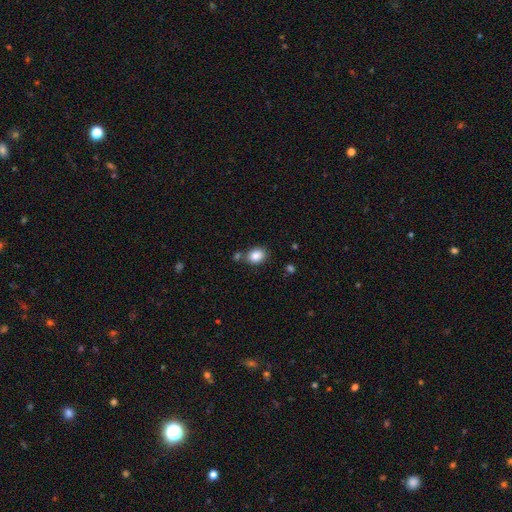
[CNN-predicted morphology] Smooth or featured? smooth (85%)
How rounded? in between (59%)
Merging? none (71%)